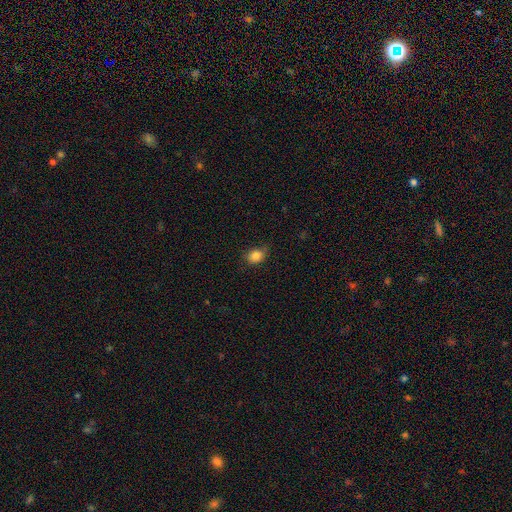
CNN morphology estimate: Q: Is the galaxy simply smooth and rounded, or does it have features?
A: smooth — 84%.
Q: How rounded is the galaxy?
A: in between — 55%.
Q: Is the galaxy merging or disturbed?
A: none — 69%.